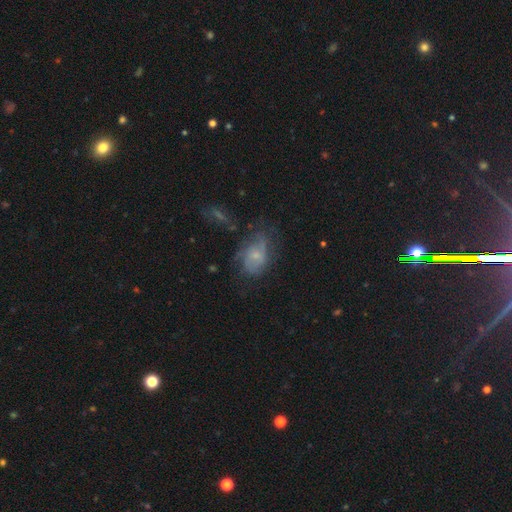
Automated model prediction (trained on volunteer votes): featured or disk 54%, smooth 36%, star or artifact 10%. Down the decision tree: edge-on disk — no (96%); bar — no (73%); spiral arms — yes (69%); bulge size — small (61%); merging — none (45%).